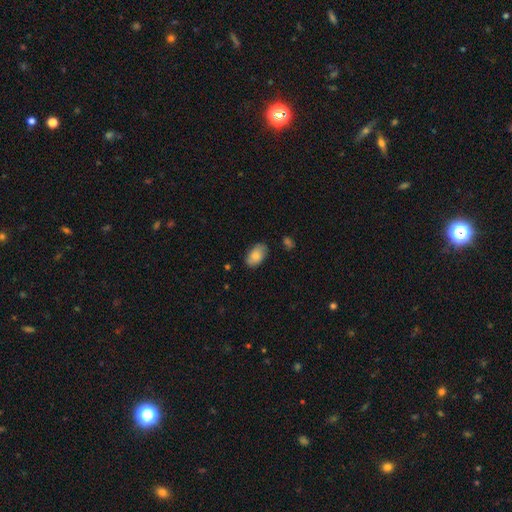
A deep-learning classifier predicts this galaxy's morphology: A smooth galaxy with no disk features (83%) that is in between round and cigar-shaped (93%). Merging: none (81%).